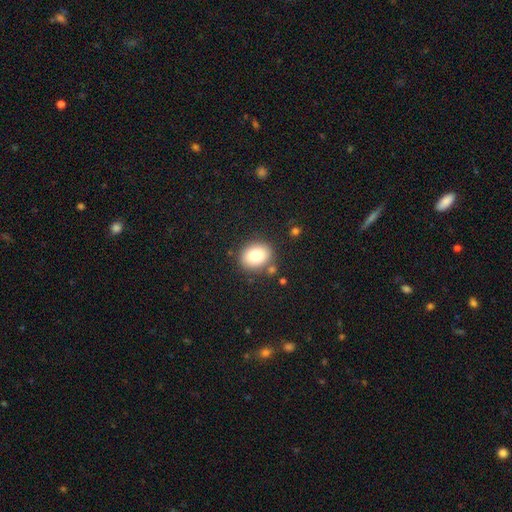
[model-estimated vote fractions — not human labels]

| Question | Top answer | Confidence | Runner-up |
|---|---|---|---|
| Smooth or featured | smooth | 80% | featured or disk (11%) |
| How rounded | round | 50% | in between (49%) |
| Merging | none | 82% | minor disturbance (10%) |